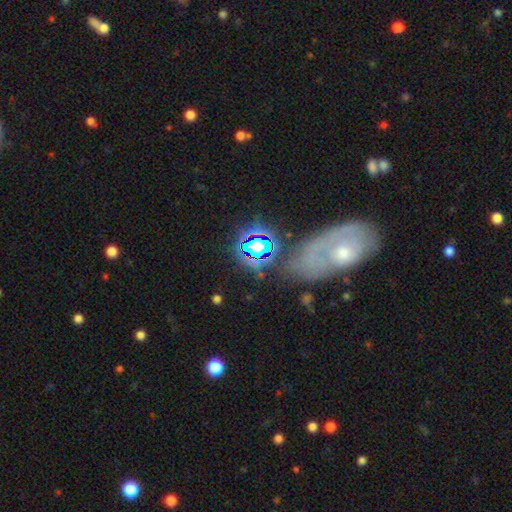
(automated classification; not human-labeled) A star or artifact, not a galaxy (61%).